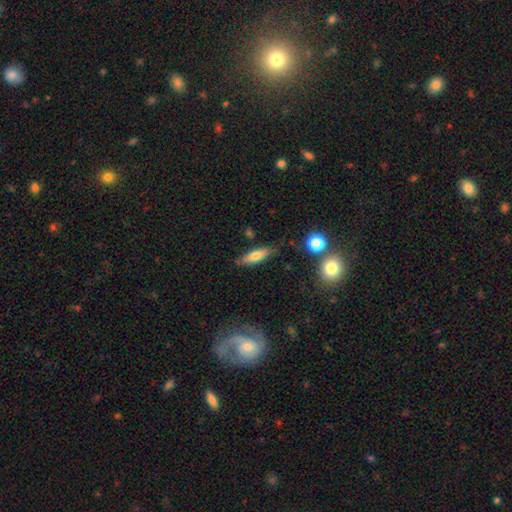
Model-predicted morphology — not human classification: Smooth or featured? Predicted: smooth (p=0.65). How rounded? Predicted: cigar-shaped (p=0.54). Merging? Predicted: none (p=0.78).